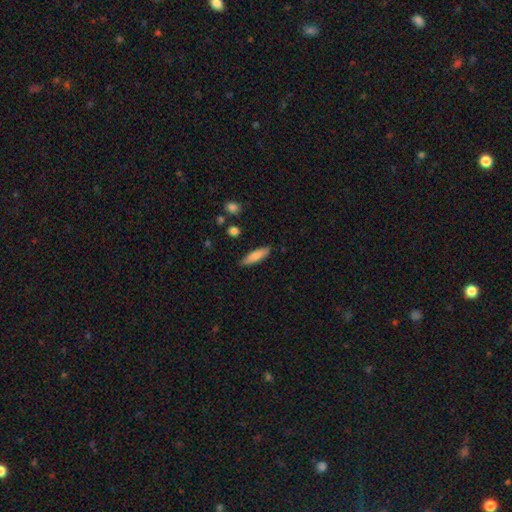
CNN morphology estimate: Smooth or featured? Predicted: smooth (p=0.80). How rounded? Predicted: cigar-shaped (p=0.66). Merging? Predicted: none (p=0.86).